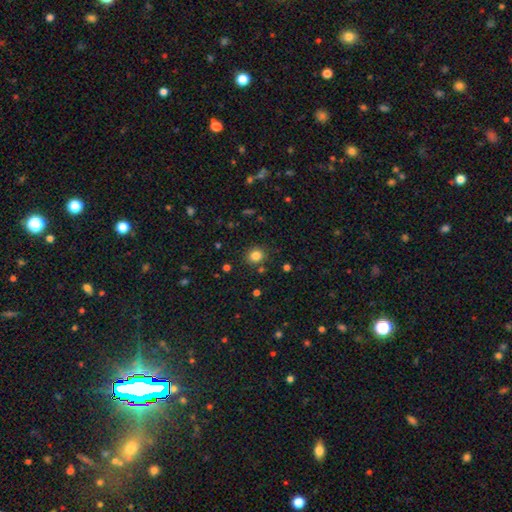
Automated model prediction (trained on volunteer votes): Smooth or featured? smooth (82%)
How rounded? round (80%)
Merging? none (84%)